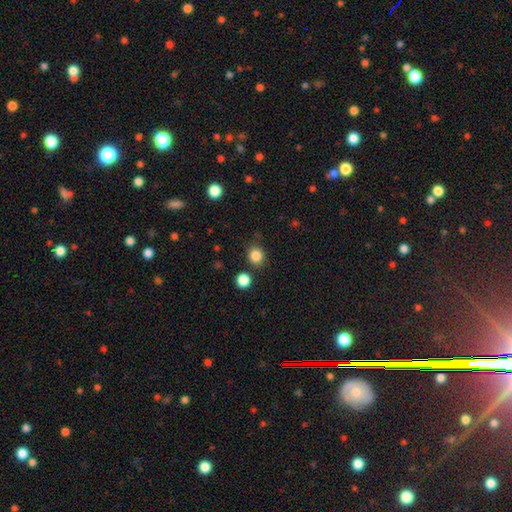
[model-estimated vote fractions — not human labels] This is clearly a smooth galaxy (85%). How rounded: clearly round (83%). Merging: clearly none (82%).